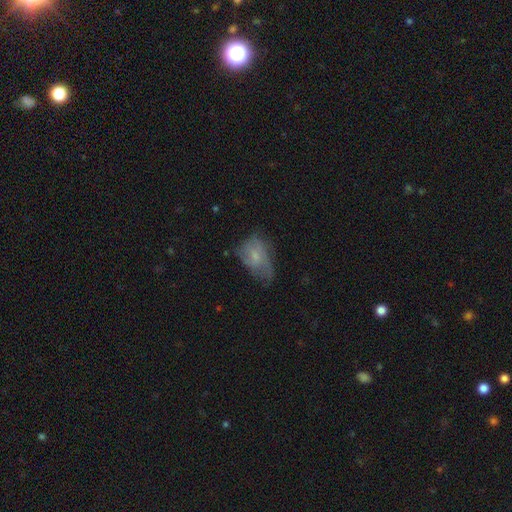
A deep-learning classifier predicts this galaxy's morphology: This is possibly a smooth galaxy (48%). Merging: marginally minor disturbance (35%, tied with none).